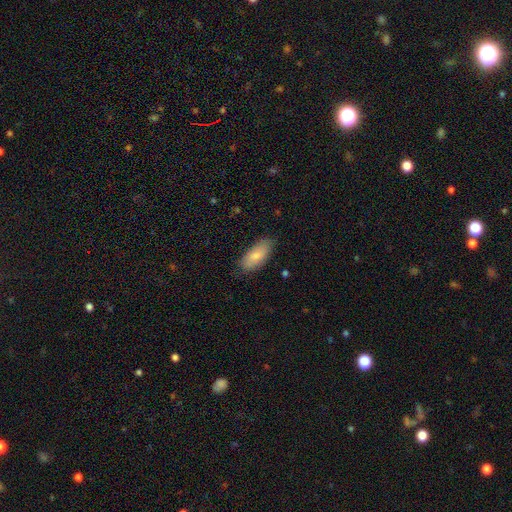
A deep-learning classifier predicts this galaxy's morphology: Smooth or featured: smooth — 83% (featured or disk — 11%)
How rounded: in between — 86% (cigar-shaped — 12%)
Merging: none — 80% (minor disturbance — 16%)